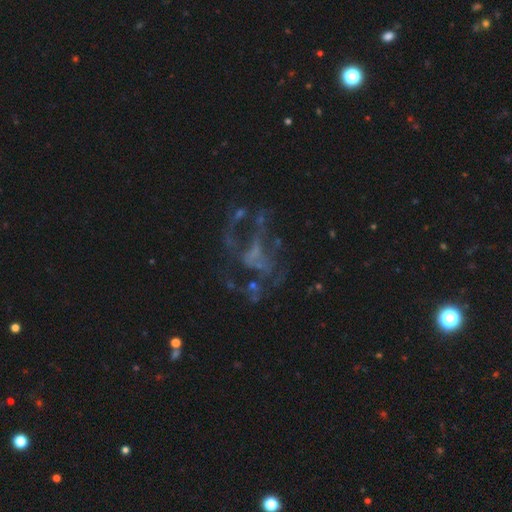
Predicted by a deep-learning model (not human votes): smooth-or-featured: featured or disk: 63% | star or artifact: 25% | smooth: 12%
  disk-edge-on: no: 97% | yes: 3%
    bar: no: 68% | weak: 22% | strong: 10%
    has-spiral-arms: no: 63% | yes: 37%
    bulge-size: none: 68% | small: 19% | moderate: 10% | large: 3% | dominant: 1%
  merging: major disturbance: 42% | none: 38% | minor disturbance: 12% | merger: 8%